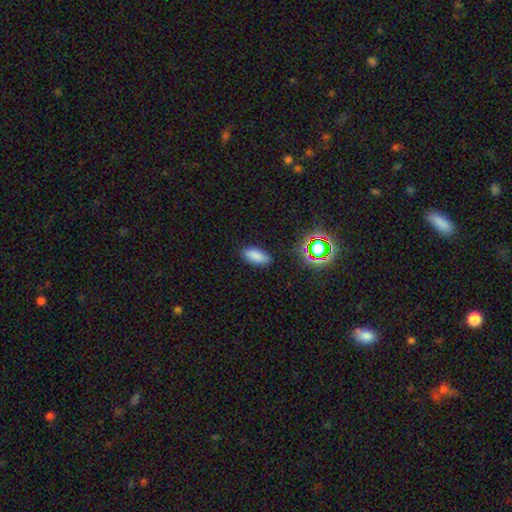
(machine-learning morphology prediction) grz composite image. It shows a smooth galaxy with no disk features (80%) that is in between round and cigar-shaped (84%). Merging: none (86%).